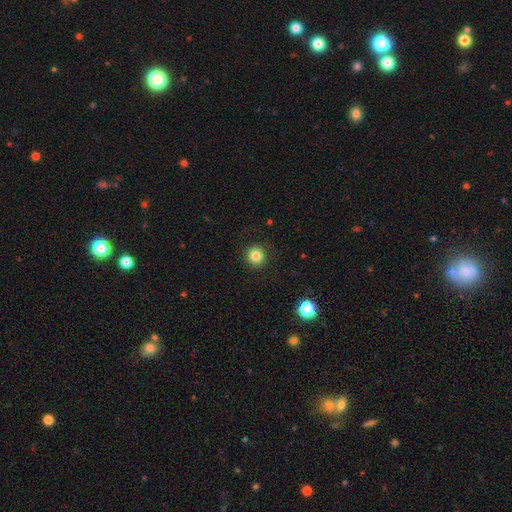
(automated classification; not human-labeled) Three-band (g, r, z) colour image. It shows a smooth galaxy with no disk features (83%) that is round (93%). Merging: none (89%).